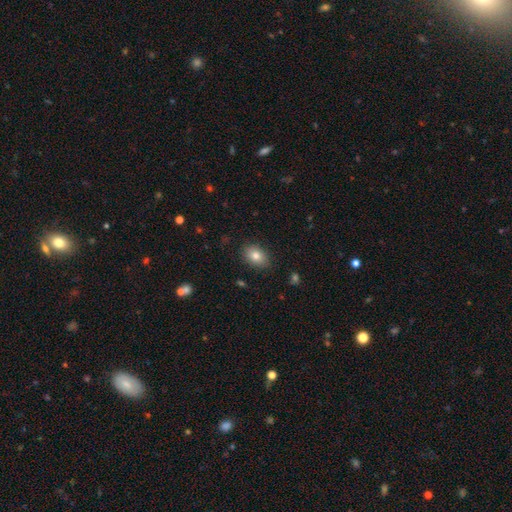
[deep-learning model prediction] Smooth or featured?
  - smooth: 81% *
  - featured or disk: 10%
  - star or artifact: 9%
How rounded?
  - in between: 79% *
  - round: 20%
  - cigar-shaped: 1%
Merging?
  - none: 86% *
  - minor disturbance: 10%
  - major disturbance: 3%
  - merger: 1%